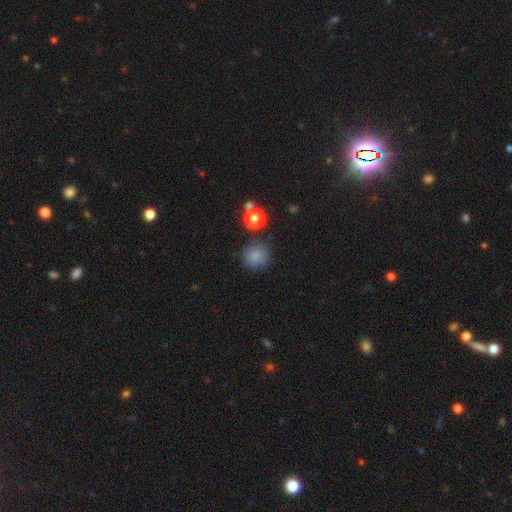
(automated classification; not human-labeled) smooth 81%, star or artifact 12%, featured or disk 7%. Down the decision tree: how rounded — round (91%); merging — none (79%).